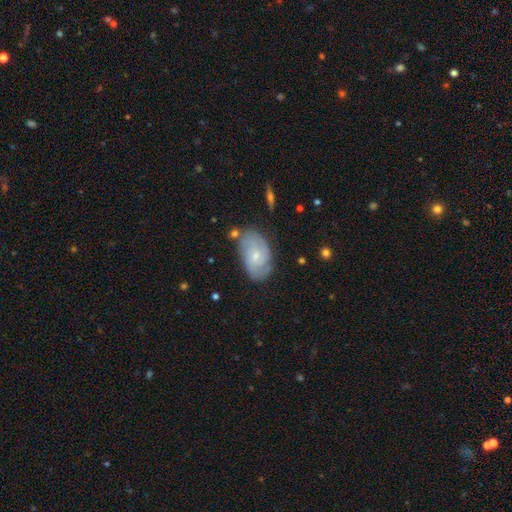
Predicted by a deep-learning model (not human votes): Smooth or featured: featured or disk — 68% (smooth — 25%)
Edge-on disk: no — 96% (yes — 4%)
Bar: no — 62% (weak — 33%)
Spiral arms: yes — 90% (no — 10%)
Spiral winding: tight — 56% (medium — 33%)
Spiral arm count: 2 — 42% (can't tell — 32%)
Bulge size: small — 68% (moderate — 28%)
Merging: none — 70% (minor disturbance — 21%)